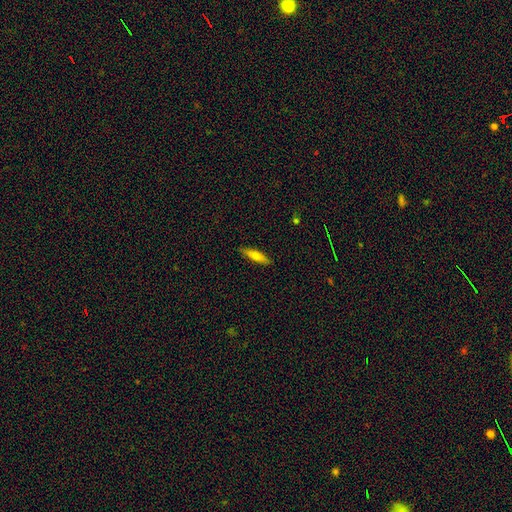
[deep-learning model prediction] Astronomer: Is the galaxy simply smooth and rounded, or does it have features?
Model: smooth — 64%.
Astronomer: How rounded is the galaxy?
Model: cigar-shaped — 78%.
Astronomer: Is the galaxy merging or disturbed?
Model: none — 89%.